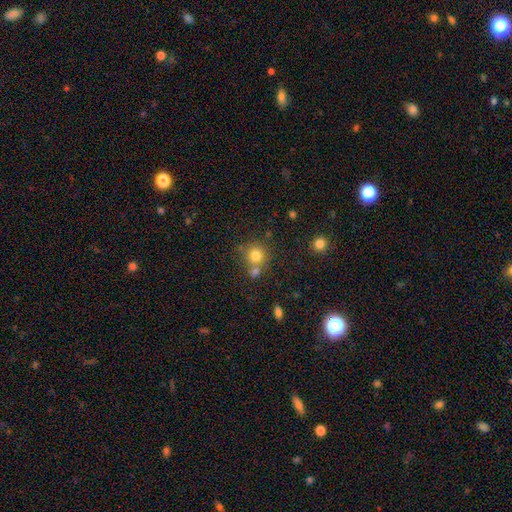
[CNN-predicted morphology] A smooth galaxy with no disk features (78%) that is round (89%).

Vote fractions:
- Smooth or featured? smooth: 78% / star or artifact: 13% / featured or disk: 9%
- How rounded? round: 89% / in between: 10% / cigar-shaped: 1%
- Merging? none: 60% / merger: 28% / minor disturbance: 9% / major disturbance: 3%